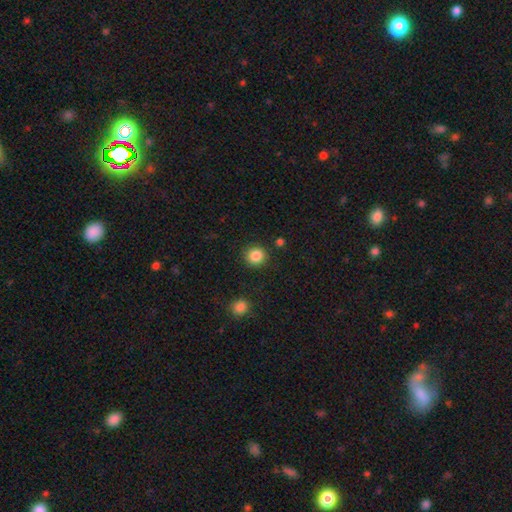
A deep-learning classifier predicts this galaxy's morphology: type=smooth (86%); roundness=round (90%); merging=none (89%).